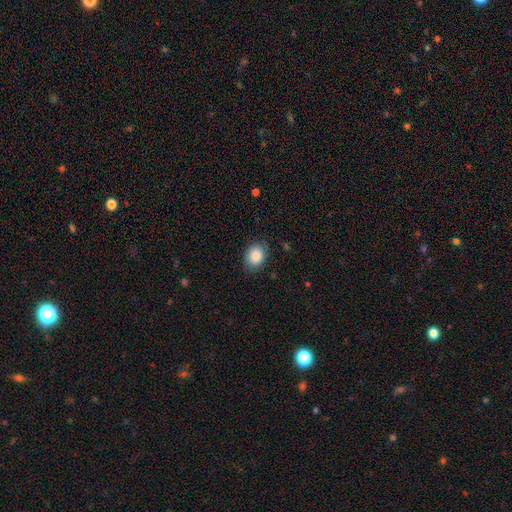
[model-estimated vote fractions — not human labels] A smooth galaxy with no disk features (87%) that is in between round and cigar-shaped (66%). Merging: none (81%).